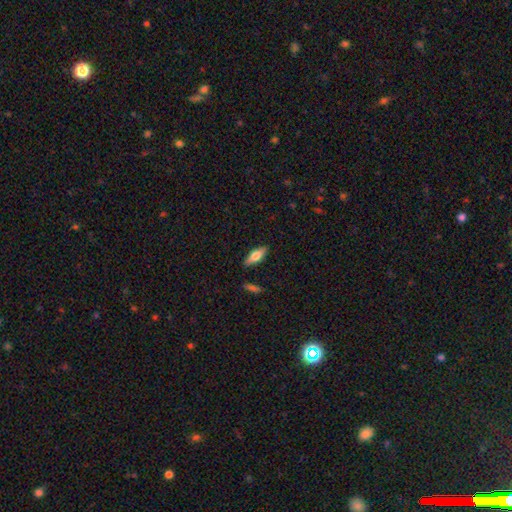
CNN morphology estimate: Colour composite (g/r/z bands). It shows a smooth galaxy with no disk features (56%) that is in between round and cigar-shaped (64%). Merging: none (86%).